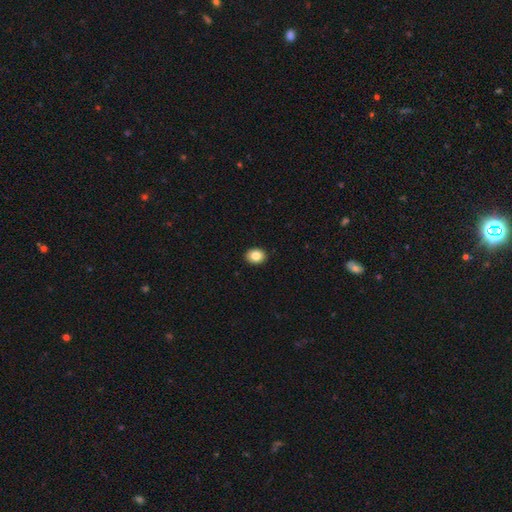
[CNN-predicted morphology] Smooth or featured? Predicted: smooth (p=0.85). How rounded? Predicted: in between (p=0.55). Merging? Predicted: none (p=0.92).